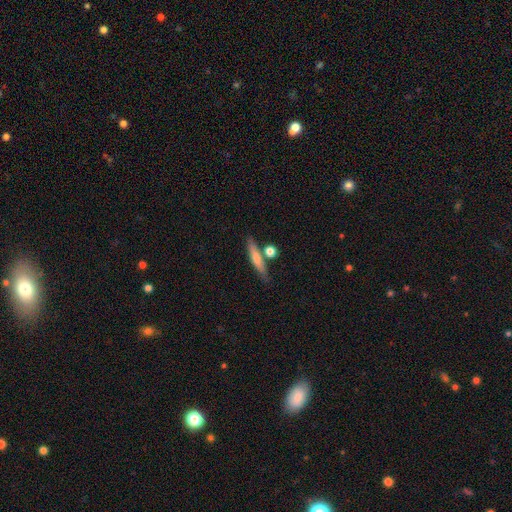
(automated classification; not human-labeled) smooth-or-featured: smooth: 56% | featured or disk: 37% | star or artifact: 7%
  how-rounded: cigar-shaped: 86% | in between: 10% | round: 4%
  merging: none: 76% | minor disturbance: 11% | merger: 10% | major disturbance: 3%